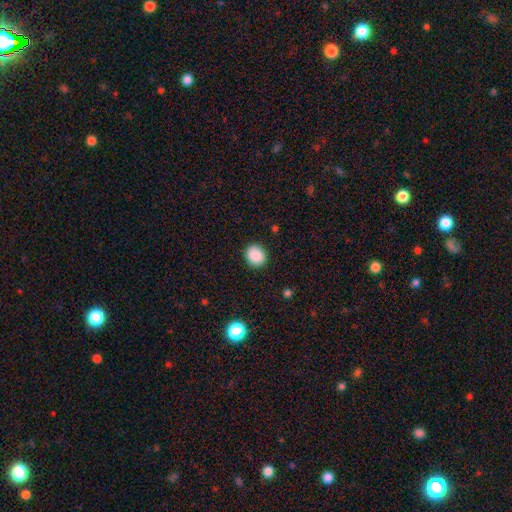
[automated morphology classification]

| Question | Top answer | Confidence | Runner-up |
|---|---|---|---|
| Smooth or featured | smooth | 88% | star or artifact (8%) |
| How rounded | round | 78% | in between (21%) |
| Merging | none | 89% | minor disturbance (8%) |